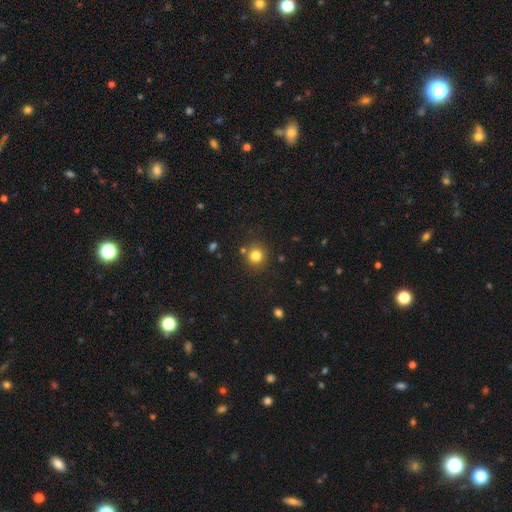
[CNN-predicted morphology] Q: Smooth or featured?
A: smooth (80%); runner-up: star or artifact (13%)
Q: How rounded?
A: round (92%); runner-up: in between (7%)
Q: Merging?
A: none (84%); runner-up: minor disturbance (8%)